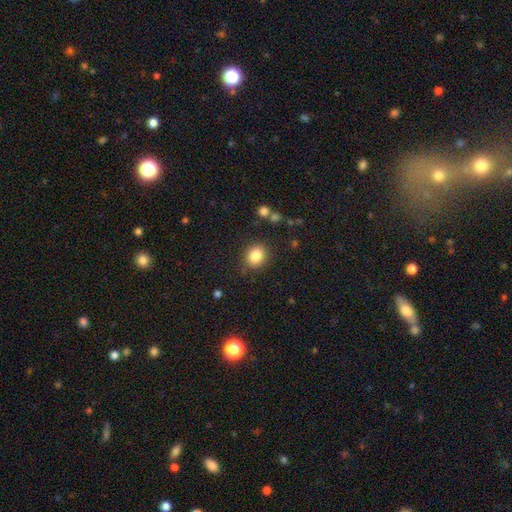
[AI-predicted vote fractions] The model was most divided on "how rounded": round: 66%, in between: 33%, cigar-shaped: 1%. More confident: smooth or featured — smooth (84%); merging — none (83%).